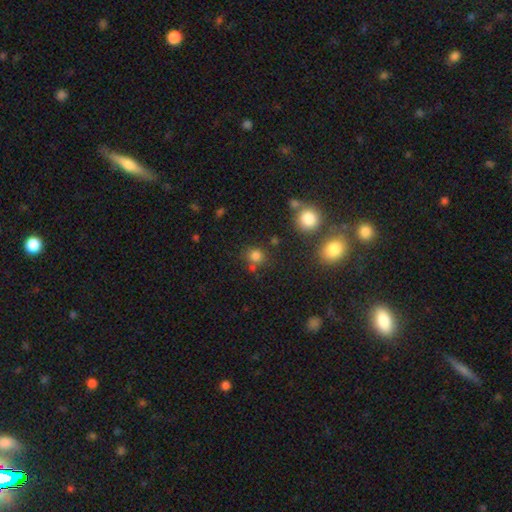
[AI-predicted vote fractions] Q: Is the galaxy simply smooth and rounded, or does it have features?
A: smooth — 76%.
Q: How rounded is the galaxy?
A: round — 85%.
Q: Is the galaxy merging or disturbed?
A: none — 71%.